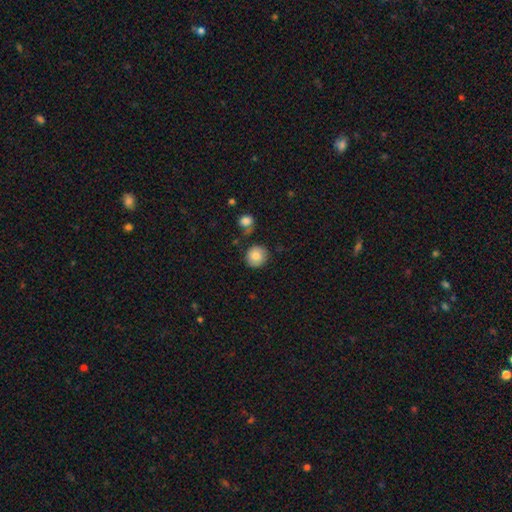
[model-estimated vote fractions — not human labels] Smooth or featured? Predicted: smooth (p=0.82). How rounded? Predicted: round (p=0.90). Merging? Predicted: none (p=0.78).